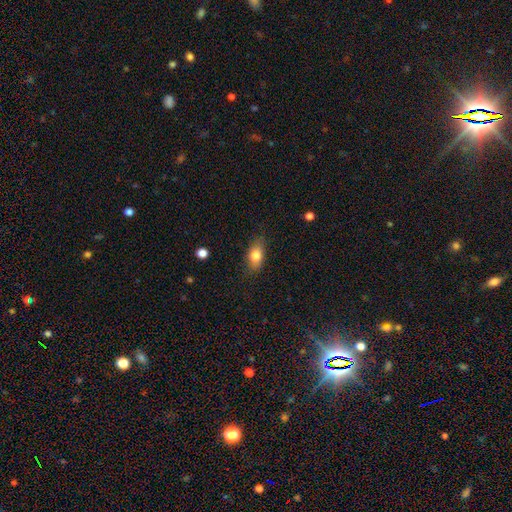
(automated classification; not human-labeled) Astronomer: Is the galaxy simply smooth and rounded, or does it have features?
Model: smooth — 79%.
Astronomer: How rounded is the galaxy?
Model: in between — 81%.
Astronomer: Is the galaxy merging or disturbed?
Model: none — 80%.